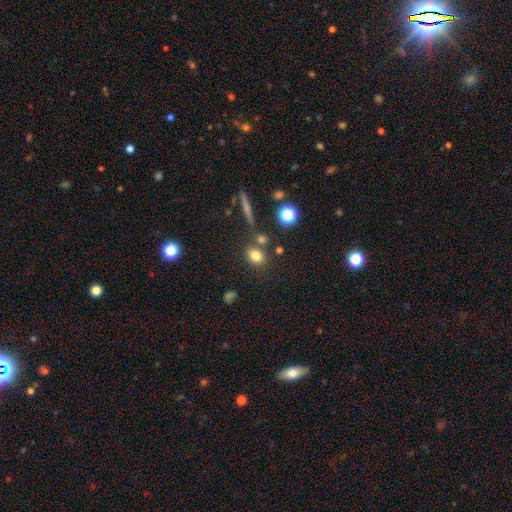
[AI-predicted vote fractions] Q: Smooth or featured?
A: smooth (77%); runner-up: star or artifact (13%)
Q: How rounded?
A: round (55%); runner-up: in between (42%)
Q: Merging?
A: none (69%); runner-up: merger (14%)